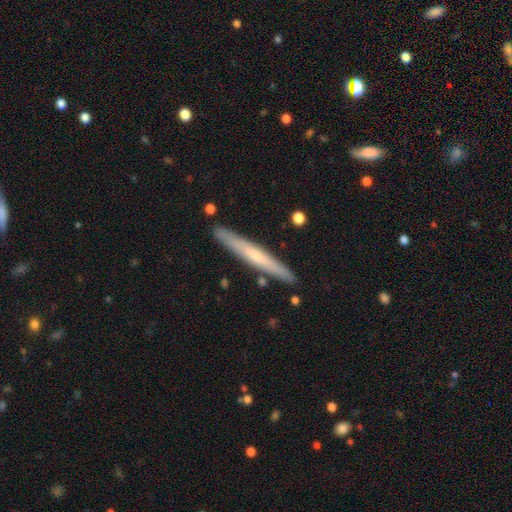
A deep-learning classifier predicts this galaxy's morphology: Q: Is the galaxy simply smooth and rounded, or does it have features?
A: featured or disk — 51%.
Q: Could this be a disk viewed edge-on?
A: yes — 94%.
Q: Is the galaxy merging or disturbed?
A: none — 88%.